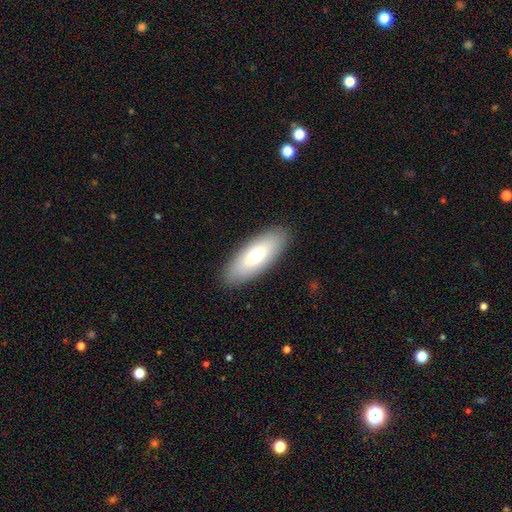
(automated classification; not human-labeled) Q: Smooth or featured?
A: smooth (73%); runner-up: featured or disk (21%)
Q: How rounded?
A: in between (76%); runner-up: cigar-shaped (22%)
Q: Merging?
A: none (89%); runner-up: minor disturbance (8%)